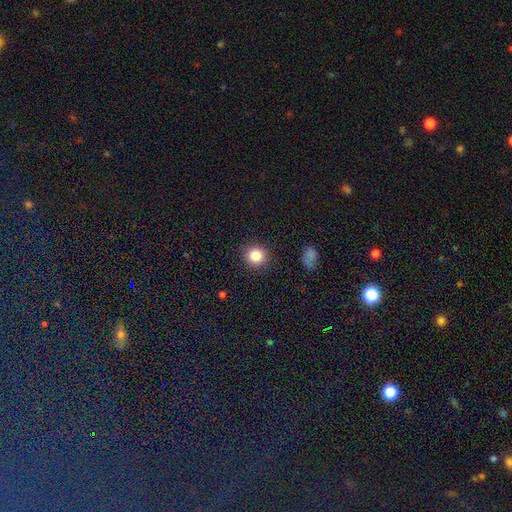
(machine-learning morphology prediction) This is clearly a smooth galaxy (84%). How rounded: clearly round (92%). Merging: clearly none (91%).